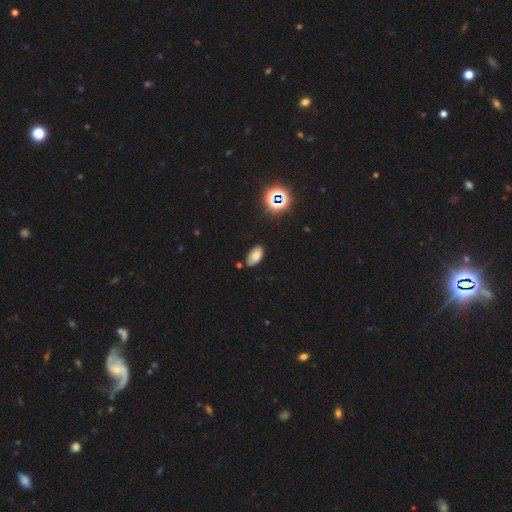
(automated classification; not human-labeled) A smooth galaxy with no disk features (76%) that is in between round and cigar-shaped (94%).

Vote fractions:
- Smooth or featured? smooth: 76% / star or artifact: 15% / featured or disk: 9%
- How rounded? in between: 94% / round: 4% / cigar-shaped: 2%
- Merging? none: 78% / minor disturbance: 16% / major disturbance: 3% / merger: 3%